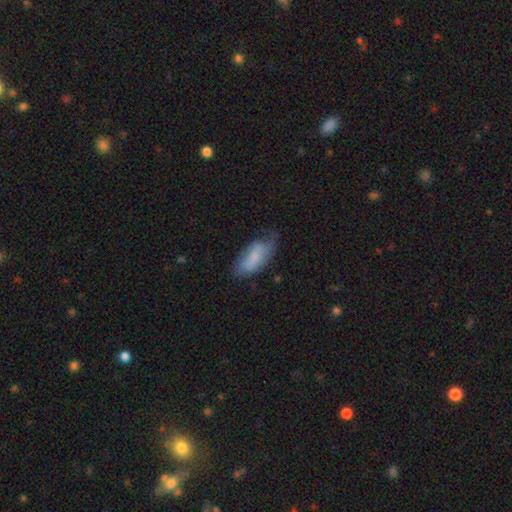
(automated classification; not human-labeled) Smooth or featured?
  - smooth: 73% *
  - featured or disk: 20%
  - star or artifact: 7%
How rounded?
  - in between: 87% *
  - cigar-shaped: 11%
  - round: 2%
Merging?
  - none: 49% *
  - minor disturbance: 35%
  - major disturbance: 14%
  - merger: 2%